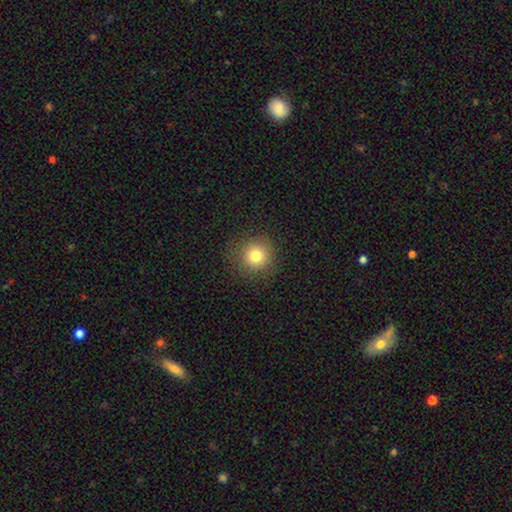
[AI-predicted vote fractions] Smooth or featured? smooth (79%)
How rounded? round (93%)
Merging? none (88%)